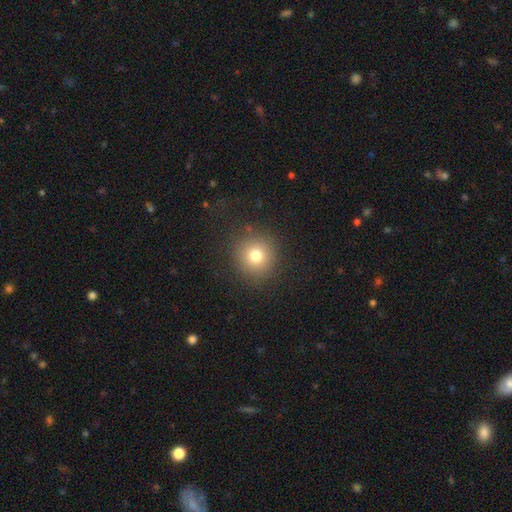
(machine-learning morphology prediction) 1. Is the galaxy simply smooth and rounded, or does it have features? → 76% smooth, 14% star or artifact, 10% featured or disk.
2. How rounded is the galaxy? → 93% round, 6% in between, 1% cigar-shaped.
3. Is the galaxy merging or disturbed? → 88% none, 7% minor disturbance, 4% major disturbance, 1% merger.